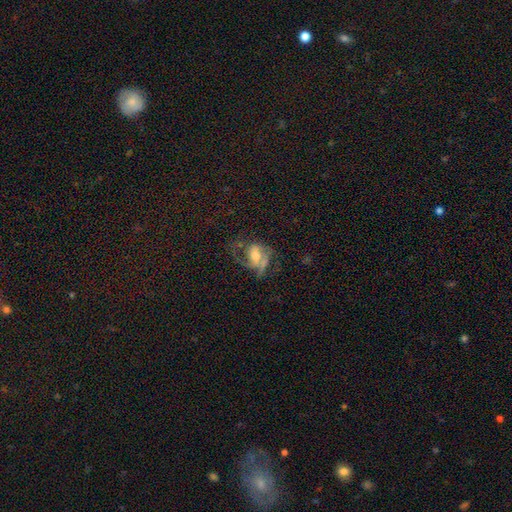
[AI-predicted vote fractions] smooth-or-featured: featured or disk: 62% | smooth: 25% | star or artifact: 13%
  disk-edge-on: no: 96% | yes: 4%
    bar: no: 55% | weak: 33% | strong: 12%
    has-spiral-arms: yes: 76% | no: 24%
    bulge-size: moderate: 57% | small: 22% | large: 15% | none: 4% | dominant: 2%
  merging: major disturbance: 44% | none: 33% | minor disturbance: 18% | merger: 6%